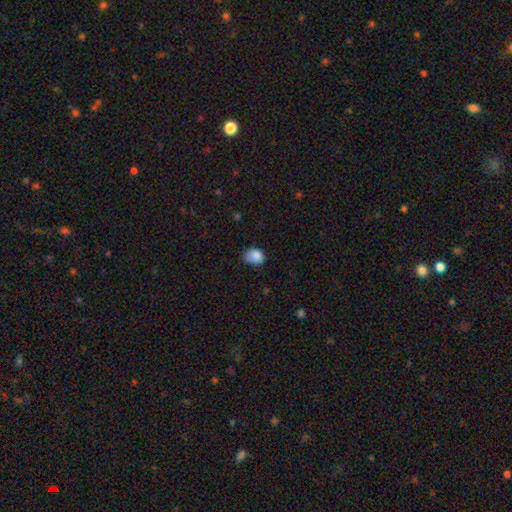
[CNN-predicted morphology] Smooth or featured? Predicted: smooth (p=0.85). How rounded? Predicted: in between (p=0.69). Merging? Predicted: none (p=0.50).